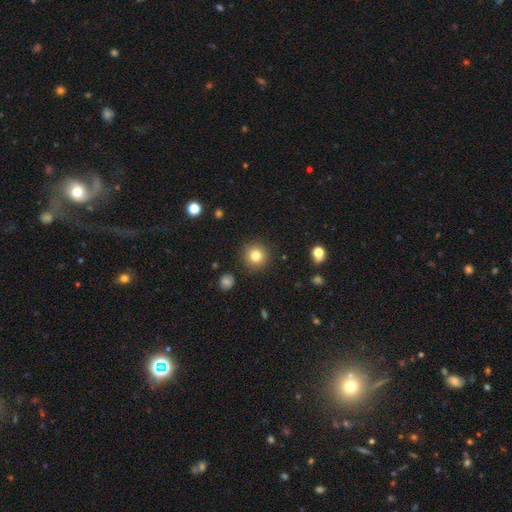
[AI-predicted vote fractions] Morphology: type=smooth (82%); roundness=round (94%); merging=none (90%).